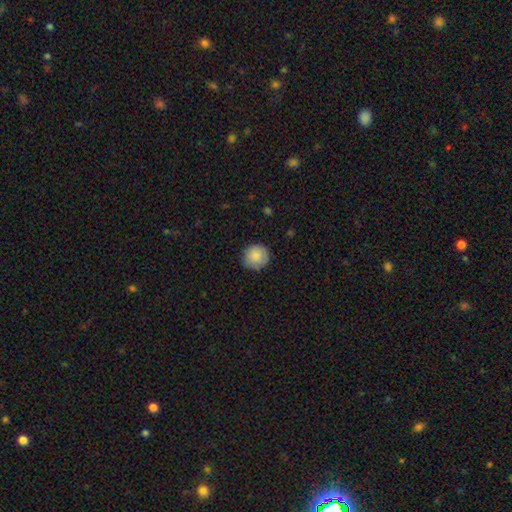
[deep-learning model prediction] The model was most divided on "merging": none: 82%, minor disturbance: 14%, major disturbance: 2%, merger: 1%. More confident: how rounded — round (92%); smooth or featured — smooth (85%).